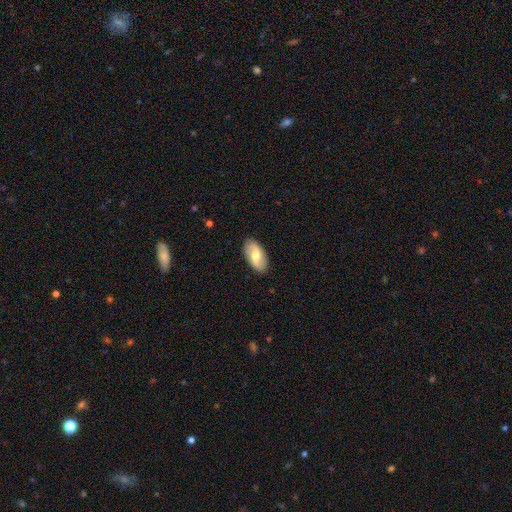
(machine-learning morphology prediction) Smooth or featured? Predicted: featured or disk (p=0.58). Edge-on disk? Predicted: no (p=0.93). Bar? Predicted: weak (p=0.46). Spiral arms? Predicted: yes (p=0.80). Bulge size? Predicted: moderate (p=0.71). Merging? Predicted: none (p=0.87).